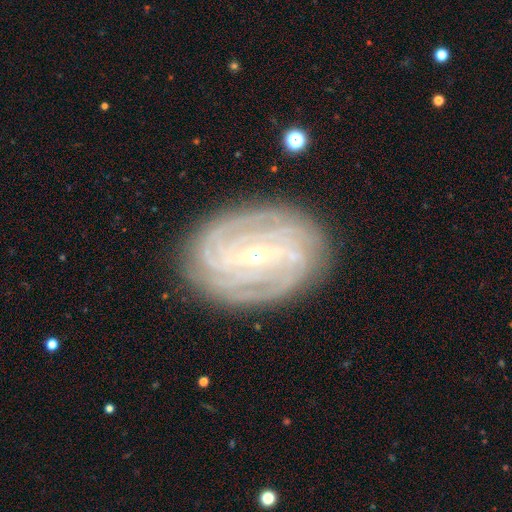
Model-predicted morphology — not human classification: Smooth or featured: featured or disk — 91% (star or artifact — 5%)
Edge-on disk: no — 97% (yes — 3%)
Bar: strong — 48% (weak — 38%)
Spiral arms: yes — 98% (no — 2%)
Spiral winding: tight — 81% (medium — 16%)
Spiral arm count: 4 — 31% (can't tell — 19%)
Bulge size: small — 68% (moderate — 29%)
Merging: none — 85% (minor disturbance — 11%)